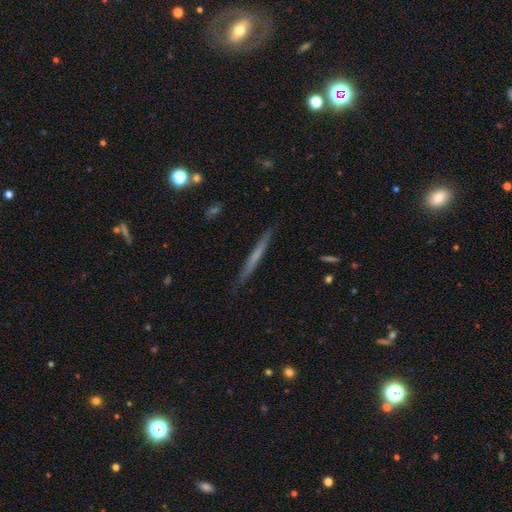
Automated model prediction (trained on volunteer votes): Smooth or featured? Predicted: smooth (p=0.47). Merging? Predicted: none (p=0.88).